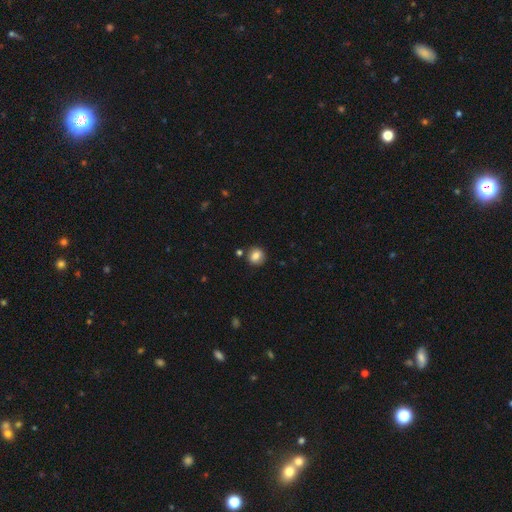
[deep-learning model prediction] Morphology: type=smooth (82%); roundness=round (85%); merging=none (85%).